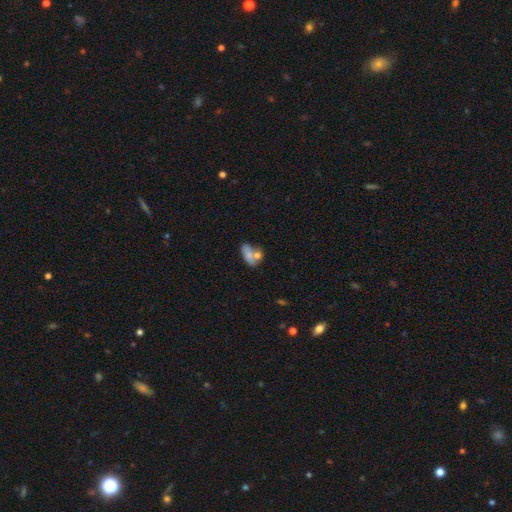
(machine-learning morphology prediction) type=smooth (65%); roundness=in between (83%); merging=merger (45%).